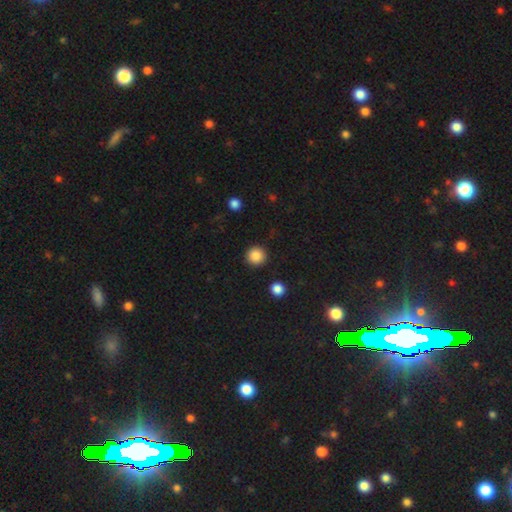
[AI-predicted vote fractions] Smooth or featured?
  - smooth: 87% *
  - star or artifact: 9%
  - featured or disk: 3%
How rounded?
  - round: 95% *
  - in between: 4%
  - cigar-shaped: 1%
Merging?
  - none: 92% *
  - minor disturbance: 5%
  - major disturbance: 2%
  - merger: 1%